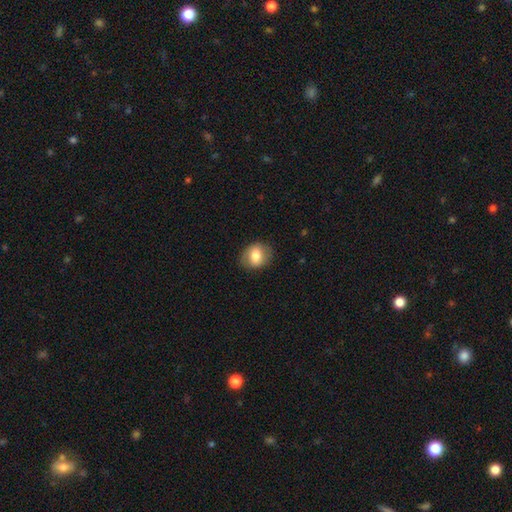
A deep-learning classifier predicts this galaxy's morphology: Overall: smooth (75%). How rounded: round (51%; in between 47%). Merging: none (82%).